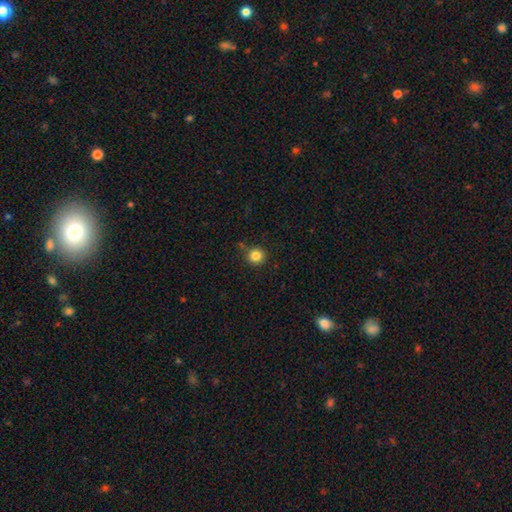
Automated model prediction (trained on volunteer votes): smooth_or_featured: smooth (p=0.84) [alt: star or artifact p=0.12]
how_rounded: round (p=0.94) [alt: in between p=0.05]
merging: none (p=0.82) [alt: minor disturbance p=0.10]